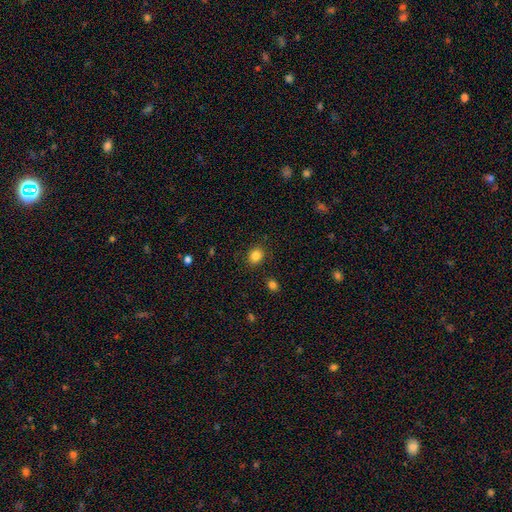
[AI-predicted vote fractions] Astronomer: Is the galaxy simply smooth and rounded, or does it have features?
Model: smooth — 84%.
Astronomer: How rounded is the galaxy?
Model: round — 64%.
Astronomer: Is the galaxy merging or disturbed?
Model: none — 87%.